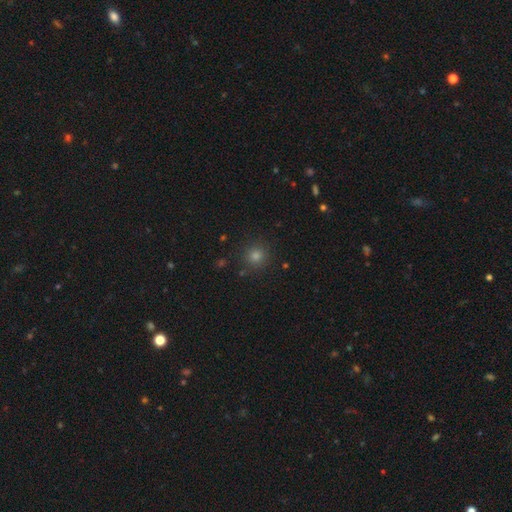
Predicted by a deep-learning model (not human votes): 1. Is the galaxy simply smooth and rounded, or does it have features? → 73% smooth, 21% star or artifact, 5% featured or disk.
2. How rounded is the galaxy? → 94% round, 5% in between, 1% cigar-shaped.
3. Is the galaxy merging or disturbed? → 89% none, 6% minor disturbance, 2% major disturbance, 2% merger.